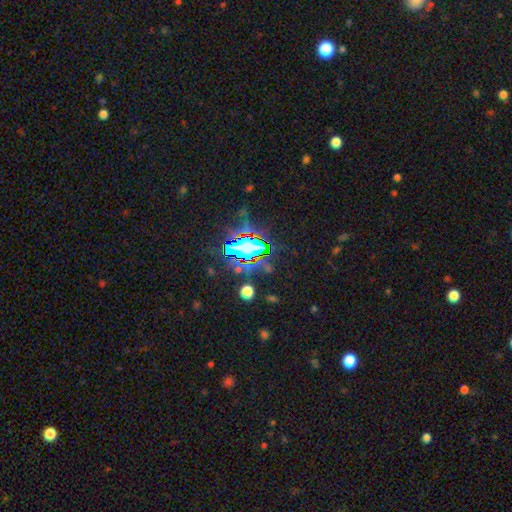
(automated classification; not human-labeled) Overall: star or artifact (83%).